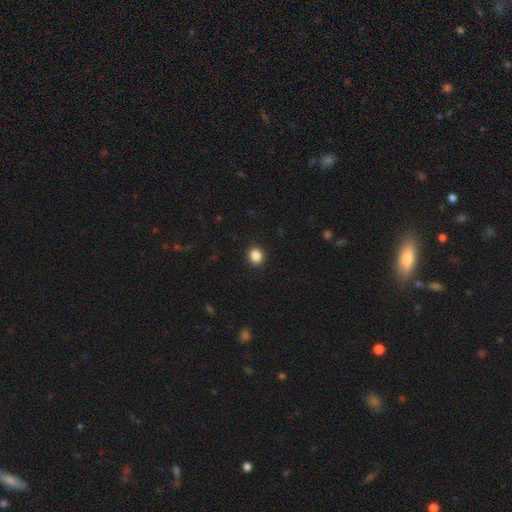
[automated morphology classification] type=smooth (87%); roundness=round (71%); merging=none (91%).